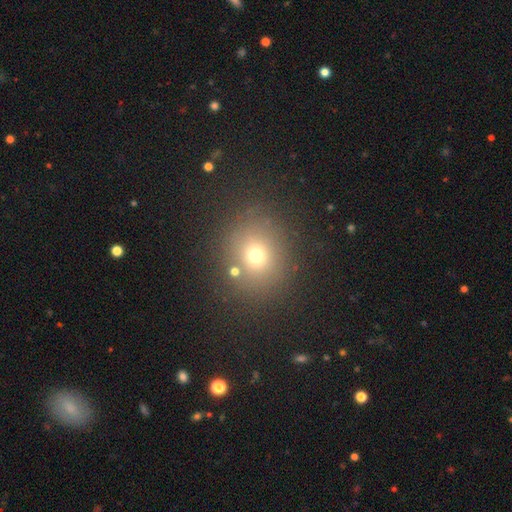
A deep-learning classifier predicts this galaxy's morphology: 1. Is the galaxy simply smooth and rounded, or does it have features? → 67% smooth, 21% star or artifact, 12% featured or disk.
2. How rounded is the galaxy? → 80% round, 19% in between, 1% cigar-shaped.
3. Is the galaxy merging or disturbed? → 79% none, 10% minor disturbance, 5% merger, 5% major disturbance.